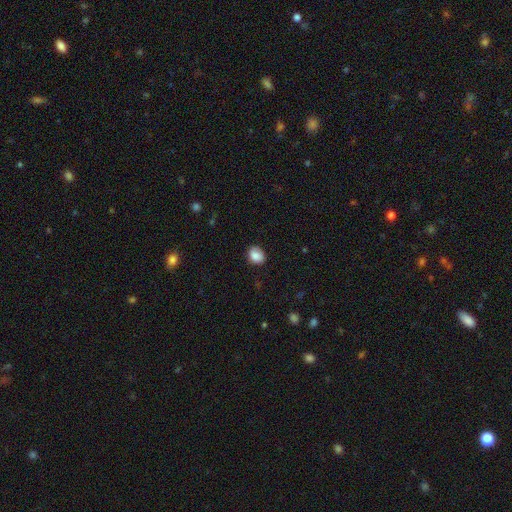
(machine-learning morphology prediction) This appears to be a smooth galaxy with no disk features (86%) that is in between round and cigar-shaped (50%). Merging: none (80%).